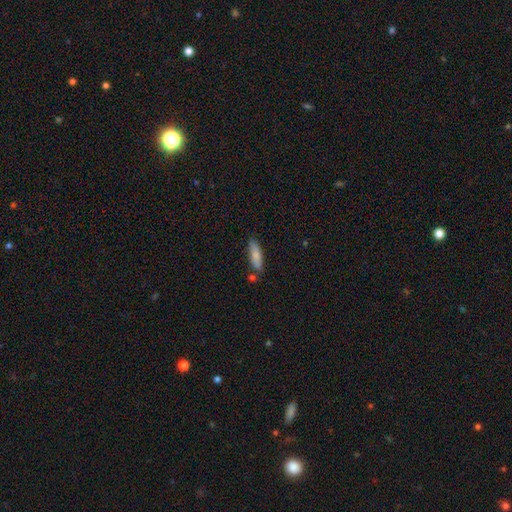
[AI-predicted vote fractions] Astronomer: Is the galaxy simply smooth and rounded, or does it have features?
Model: smooth — 81%.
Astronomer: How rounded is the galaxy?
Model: cigar-shaped — 55% (runner-up: in between, 43%).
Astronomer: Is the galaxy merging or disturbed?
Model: none — 77%.